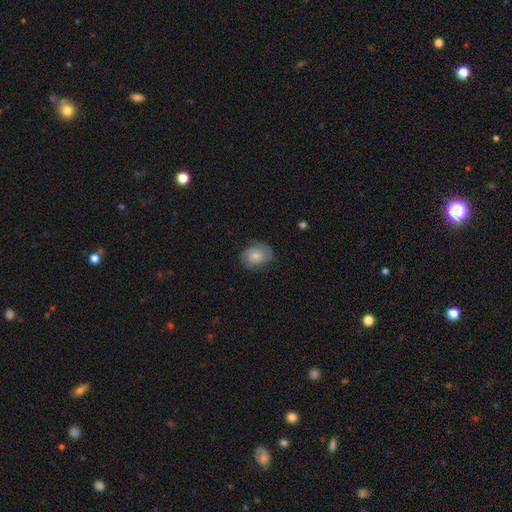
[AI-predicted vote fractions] Smooth or featured? smooth (49%)
Merging? none (72%)